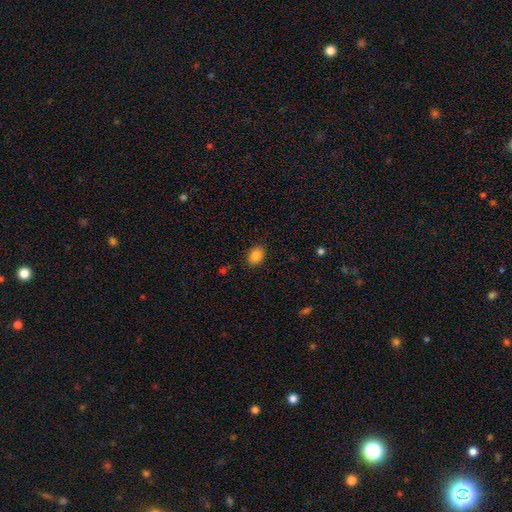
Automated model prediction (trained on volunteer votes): A smooth galaxy with no disk features (87%) that is in between round and cigar-shaped (76%).

Vote fractions:
- Smooth or featured? smooth: 87% / star or artifact: 9% / featured or disk: 5%
- How rounded? in between: 76% / round: 23% / cigar-shaped: 1%
- Merging? none: 88% / minor disturbance: 8% / major disturbance: 2% / merger: 1%